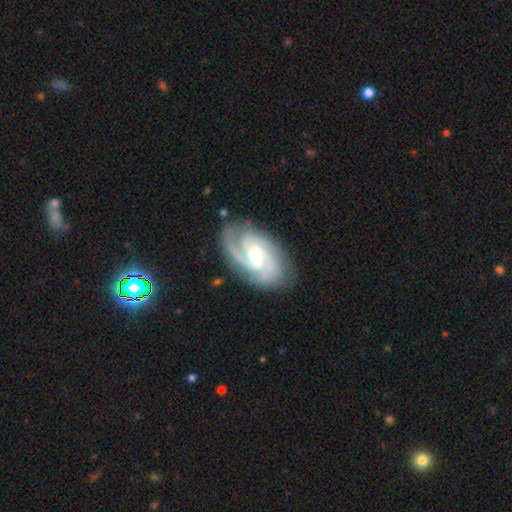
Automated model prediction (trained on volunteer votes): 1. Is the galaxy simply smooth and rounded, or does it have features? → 92% featured or disk, 4% smooth, 4% star or artifact.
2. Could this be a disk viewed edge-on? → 97% no, 3% yes.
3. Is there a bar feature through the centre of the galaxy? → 44% weak, 41% no, 15% strong.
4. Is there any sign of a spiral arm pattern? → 98% yes, 2% no.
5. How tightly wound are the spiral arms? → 57% tight, 39% medium, 5% loose.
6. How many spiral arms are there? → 54% 3, 18% 2, 12% 4, 8% can't tell, 4% 1, 4% more than 4.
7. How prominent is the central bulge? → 49% moderate, 48% small, 2% large, 1% none, 1% dominant.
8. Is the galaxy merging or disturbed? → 81% none, 14% minor disturbance, 4% major disturbance, 1% merger.